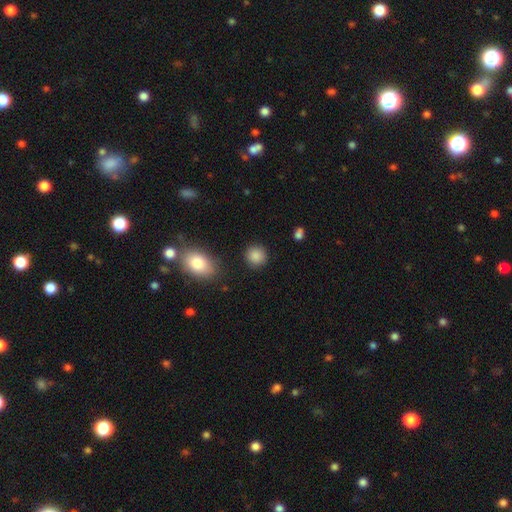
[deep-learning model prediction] A smooth galaxy with no disk features (87%) that is round (88%).

Vote fractions:
- Smooth or featured? smooth: 87% / star or artifact: 9% / featured or disk: 4%
- How rounded? round: 88% / in between: 10% / cigar-shaped: 1%
- Merging? none: 88% / minor disturbance: 7% / major disturbance: 3% / merger: 2%